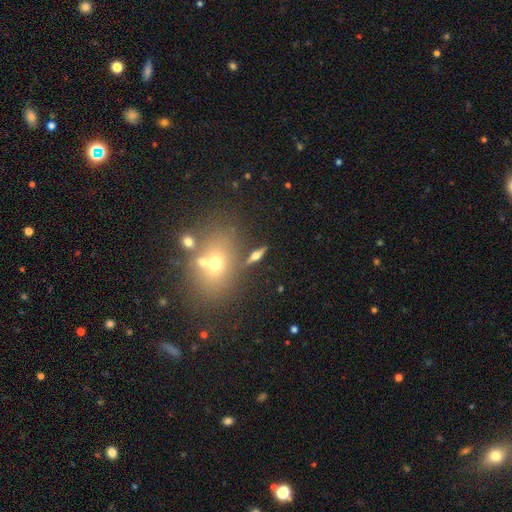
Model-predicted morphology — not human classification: A featured or disk galaxy (52%) viewed edge-on (88%).

Vote fractions:
- Smooth or featured? featured or disk: 52% / smooth: 36% / star or artifact: 11%
- Edge-on disk? yes: 88% / no: 12%
- Merging? none: 76% / minor disturbance: 10% / merger: 9% / major disturbance: 4%